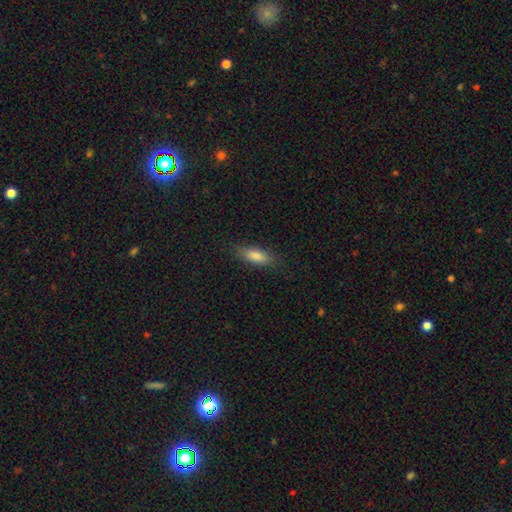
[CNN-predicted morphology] Q: Smooth or featured?
A: smooth (83%); runner-up: featured or disk (9%)
Q: How rounded?
A: in between (61%); runner-up: cigar-shaped (37%)
Q: Merging?
A: none (84%); runner-up: minor disturbance (12%)